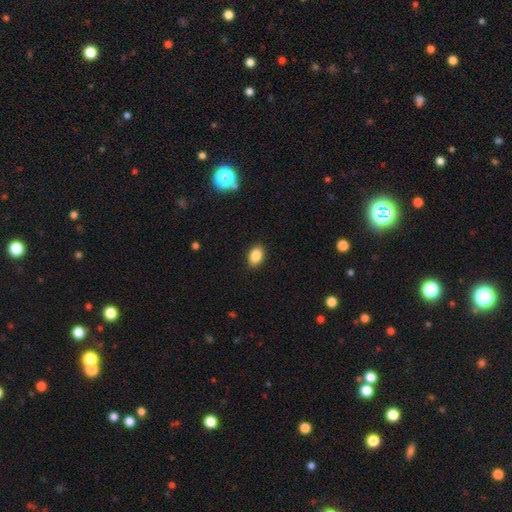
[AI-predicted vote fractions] The model was most divided on "how rounded": in between: 81%, round: 17%, cigar-shaped: 1%. More confident: merging — none (89%); smooth or featured — smooth (86%).